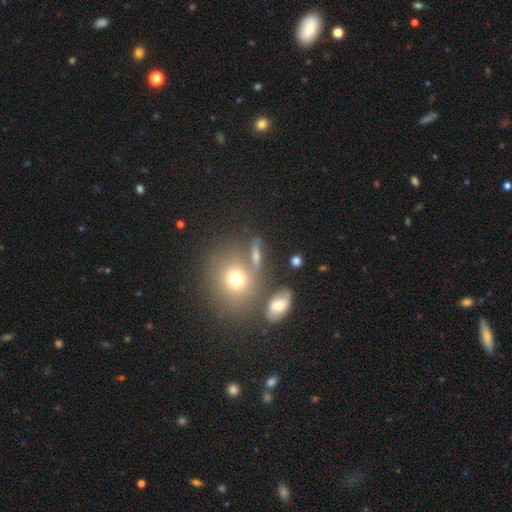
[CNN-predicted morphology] smooth 60%, featured or disk 23%, star or artifact 17%. Down the decision tree: how rounded — round (40%); merging — none (59%).